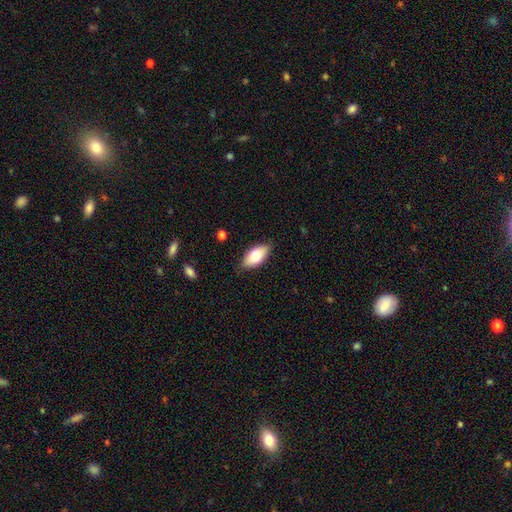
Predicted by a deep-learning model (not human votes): smooth-or-featured: smooth: 71% | featured or disk: 23% | star or artifact: 7%
  how-rounded: in between: 89% | cigar-shaped: 8% | round: 3%
  merging: none: 83% | minor disturbance: 13% | major disturbance: 3% | merger: 1%